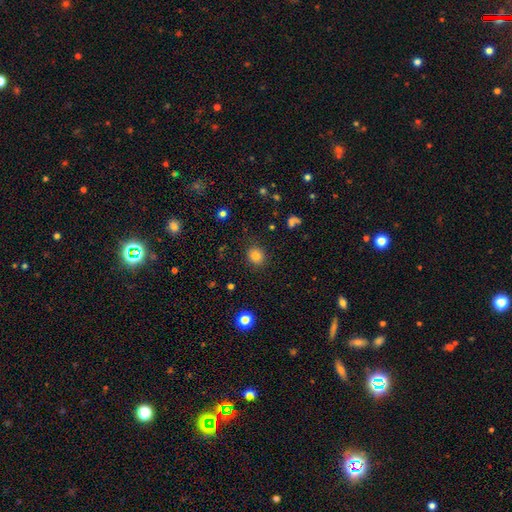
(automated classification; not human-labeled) Smooth or featured?
  - smooth: 83% *
  - star or artifact: 12%
  - featured or disk: 5%
How rounded?
  - round: 77% *
  - in between: 23%
  - cigar-shaped: 1%
Merging?
  - none: 87% *
  - minor disturbance: 8%
  - major disturbance: 3%
  - merger: 1%